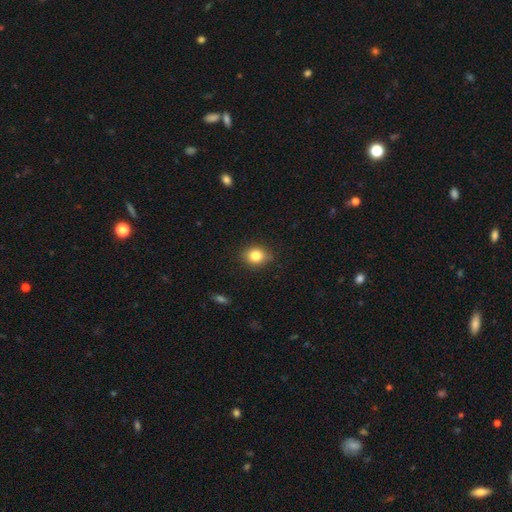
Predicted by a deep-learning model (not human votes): This appears to be a smooth galaxy with no disk features (82%) that is round (63%). Merging: none (84%).